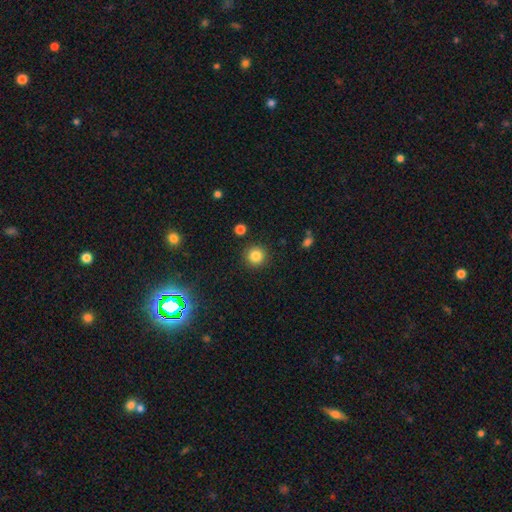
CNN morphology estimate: smooth-or-featured: smooth: 83% | star or artifact: 12% | featured or disk: 5%
  how-rounded: round: 94% | in between: 5% | cigar-shaped: 1%
  merging: none: 90% | minor disturbance: 6% | major disturbance: 2% | merger: 2%